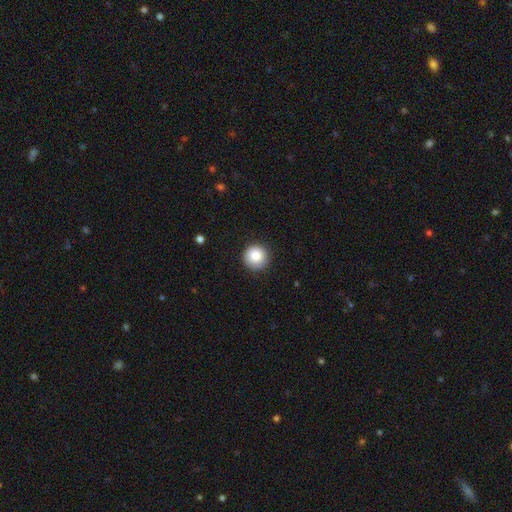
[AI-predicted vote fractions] smooth_or_featured: smooth (p=0.84) [alt: star or artifact p=0.09]
how_rounded: round (p=0.96) [alt: in between p=0.03]
merging: none (p=0.90) [alt: minor disturbance p=0.07]